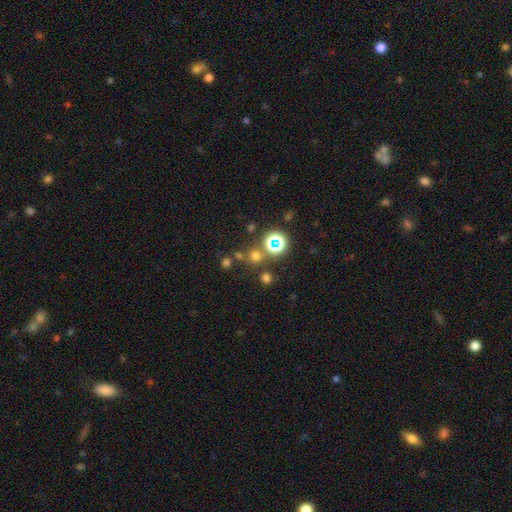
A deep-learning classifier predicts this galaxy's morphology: Smooth or featured: smooth — 58% (star or artifact — 34%)
How rounded: round — 91% (in between — 8%)
Merging: none — 74% (merger — 14%)